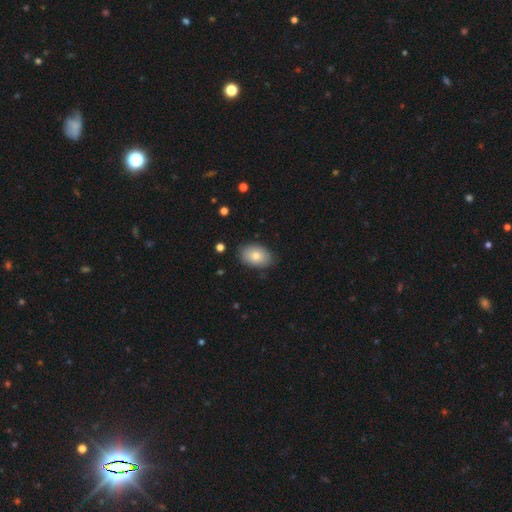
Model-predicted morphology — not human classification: A smooth galaxy with no disk features (79%) that is in between round and cigar-shaped (85%). Merging: none (85%).